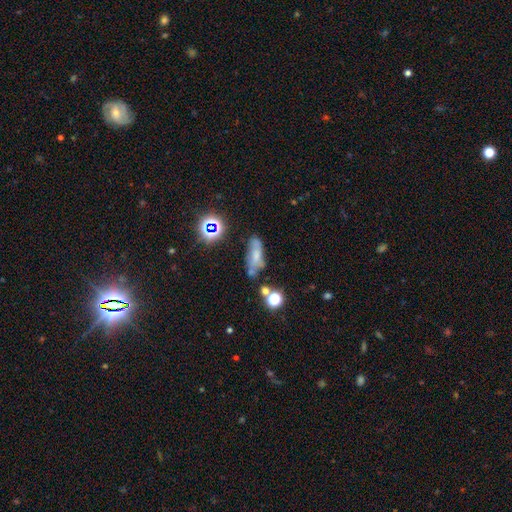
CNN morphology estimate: The model was most divided on "merging": none: 48%, minor disturbance: 24%, merger: 14%, major disturbance: 13%. More confident: how rounded — in between (67%); smooth or featured — smooth (52%).